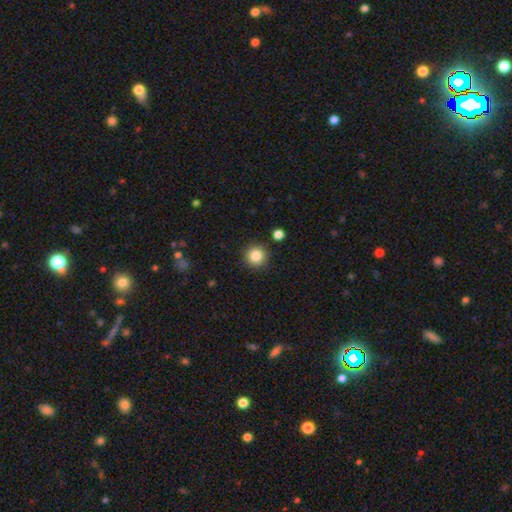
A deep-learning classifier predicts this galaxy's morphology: A smooth galaxy with no disk features (86%) that is round (95%).

Vote fractions:
- Smooth or featured? smooth: 86% / star or artifact: 10% / featured or disk: 4%
- How rounded? round: 95% / in between: 4% / cigar-shaped: 1%
- Merging? none: 90% / minor disturbance: 6% / merger: 2% / major disturbance: 2%